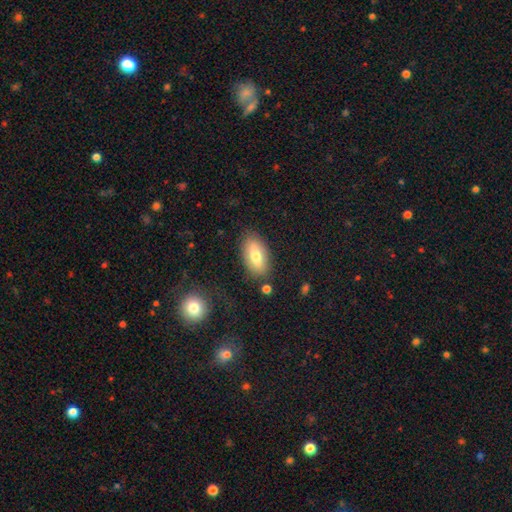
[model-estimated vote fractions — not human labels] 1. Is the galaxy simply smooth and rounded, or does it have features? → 68% smooth, 25% featured or disk, 7% star or artifact.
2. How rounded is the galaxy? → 87% in between, 9% cigar-shaped, 4% round.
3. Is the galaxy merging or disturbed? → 82% none, 12% minor disturbance, 3% major disturbance, 3% merger.